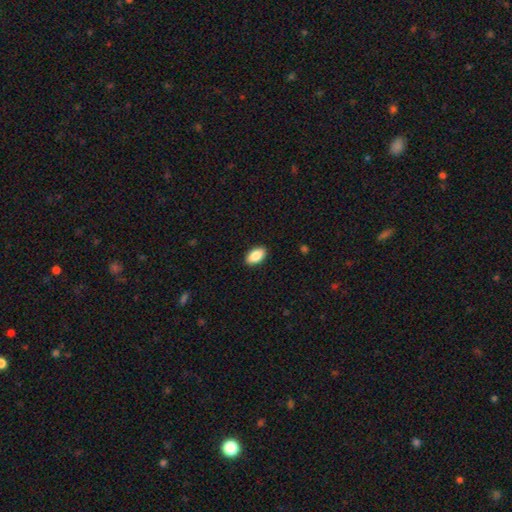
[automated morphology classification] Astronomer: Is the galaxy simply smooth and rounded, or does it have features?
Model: smooth — 87%.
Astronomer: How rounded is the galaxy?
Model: in between — 93%.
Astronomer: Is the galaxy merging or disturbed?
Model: none — 90%.